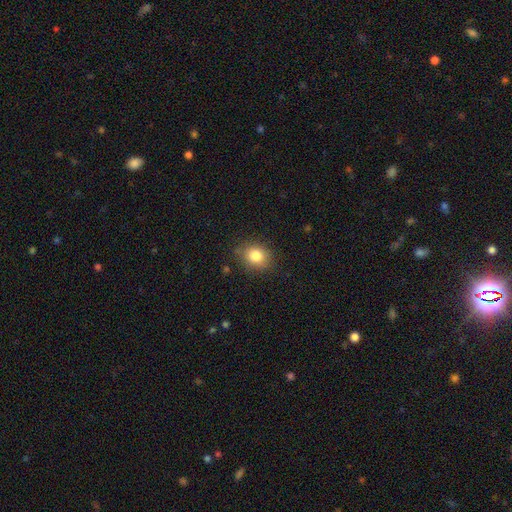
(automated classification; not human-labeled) smooth 83%, star or artifact 10%, featured or disk 7%. Down the decision tree: how rounded — round (56%); merging — none (82%).